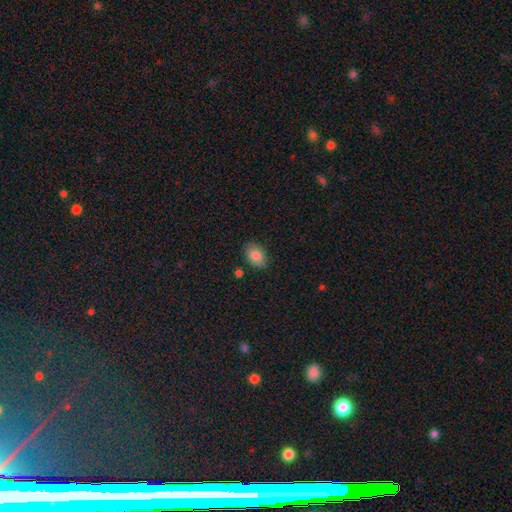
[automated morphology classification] Smooth or featured?
  - smooth: 83% *
  - featured or disk: 10%
  - star or artifact: 8%
How rounded?
  - in between: 81% *
  - round: 18%
  - cigar-shaped: 1%
Merging?
  - none: 83% *
  - minor disturbance: 12%
  - major disturbance: 2%
  - merger: 2%